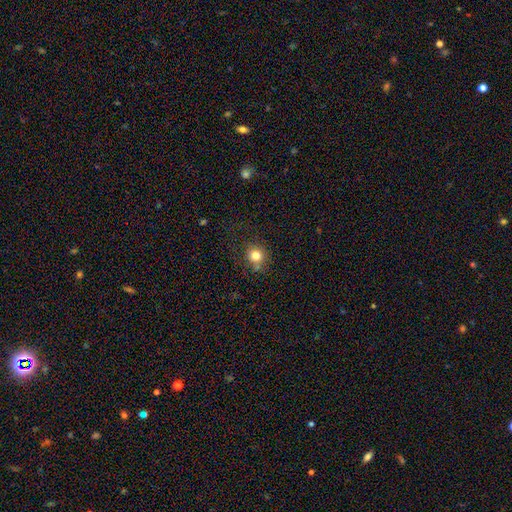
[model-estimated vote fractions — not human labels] The model was most divided on "merging": none: 75%, minor disturbance: 14%, merger: 5%, major disturbance: 5%. More confident: how rounded — round (86%); smooth or featured — smooth (80%).